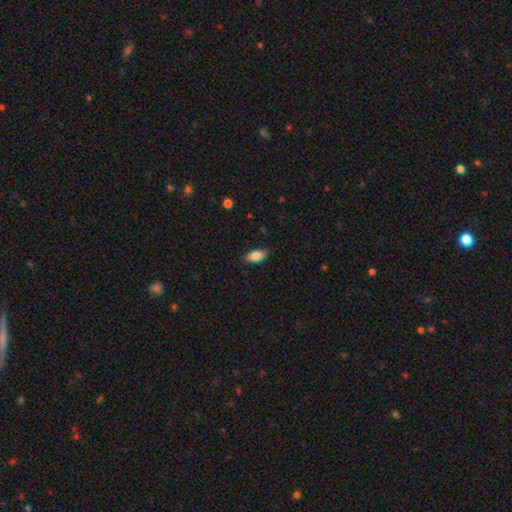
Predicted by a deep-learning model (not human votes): The model was most divided on "merging": none: 84%, minor disturbance: 13%, major disturbance: 2%, merger: 1%. More confident: how rounded — in between (89%); smooth or featured — smooth (84%).